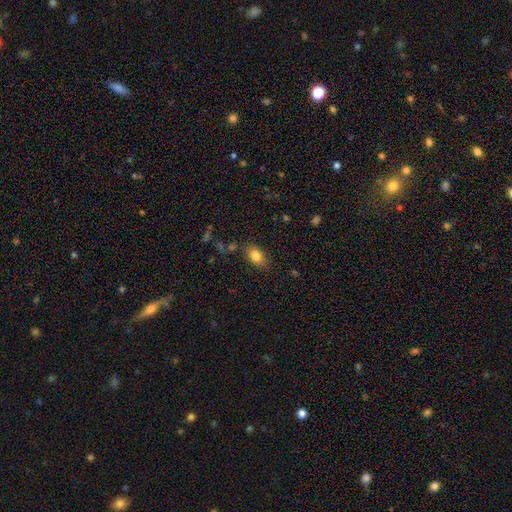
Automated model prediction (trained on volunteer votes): Smooth or featured? Predicted: smooth (p=0.83). How rounded? Predicted: in between (p=0.84). Merging? Predicted: none (p=0.78).